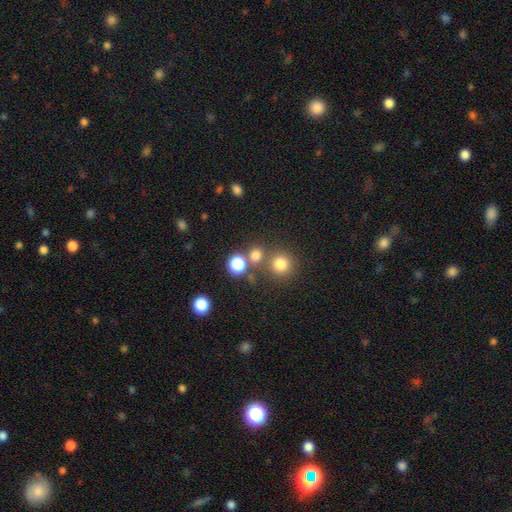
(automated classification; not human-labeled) A smooth galaxy with no disk features (72%) that is round (87%). Merging: none (70%).